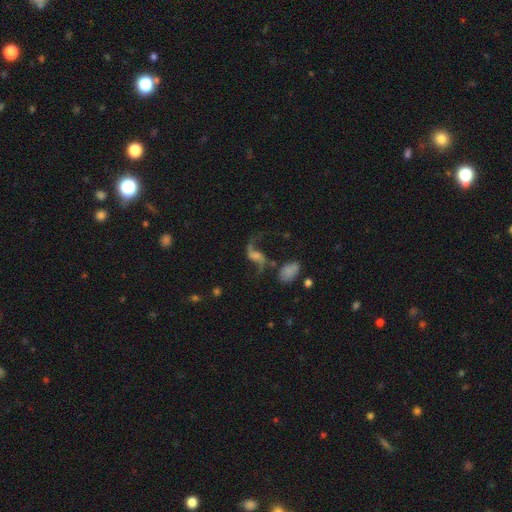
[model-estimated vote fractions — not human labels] Smooth or featured?
  - featured or disk: 82% *
  - smooth: 9%
  - star or artifact: 9%
Edge-on disk?
  - no: 96% *
  - yes: 4%
Bar?
  - no: 45% *
  - weak: 39%
  - strong: 16%
Spiral arms?
  - yes: 94% *
  - no: 6%
Spiral winding?
  - loose: 88% *
  - medium: 10%
  - tight: 2%
Spiral arm count?
  - 2: 92% *
  - 1: 3%
  - can't tell: 2%
  - 3: 1%
  - 4: 1%
  - more than 4: 1%
Bulge size?
  - small: 38% *
  - moderate: 33%
  - none: 18%
  - large: 9%
  - dominant: 2%
Merging?
  - none: 60% *
  - major disturbance: 17%
  - minor disturbance: 15%
  - merger: 8%